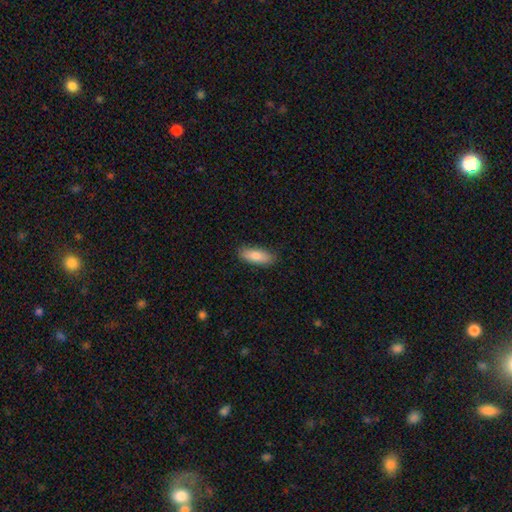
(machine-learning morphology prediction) Smooth or featured: smooth — 82% (featured or disk — 11%)
How rounded: in between — 69% (cigar-shaped — 29%)
Merging: none — 87% (minor disturbance — 10%)